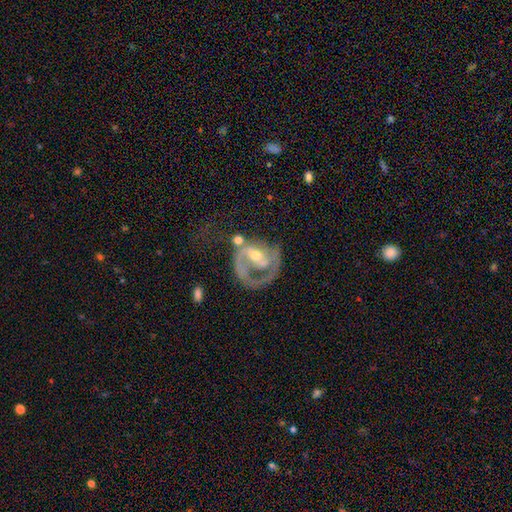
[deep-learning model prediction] This is likely a featured or disk galaxy (76%). It is clearly not viewed edge-on (97%). Bar: possibly no (53%). Spiral arm pattern: likely yes (66%). Central bulge: possibly moderate (55%). Merging: marginally major disturbance (40%).